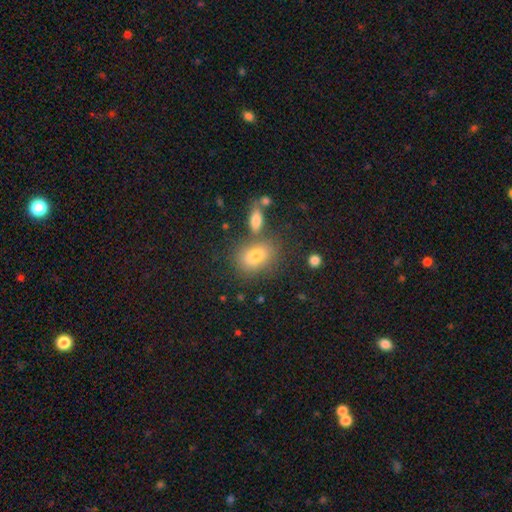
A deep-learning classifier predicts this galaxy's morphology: Overall: smooth (78%). How rounded: in between (77%). Merging: none (65%).